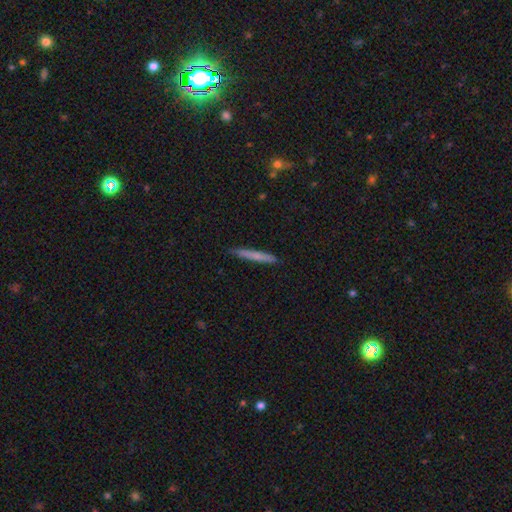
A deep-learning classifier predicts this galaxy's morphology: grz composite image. It shows a smooth galaxy with no disk features (66%) that is cigar-shaped (96%). Merging: none (89%).